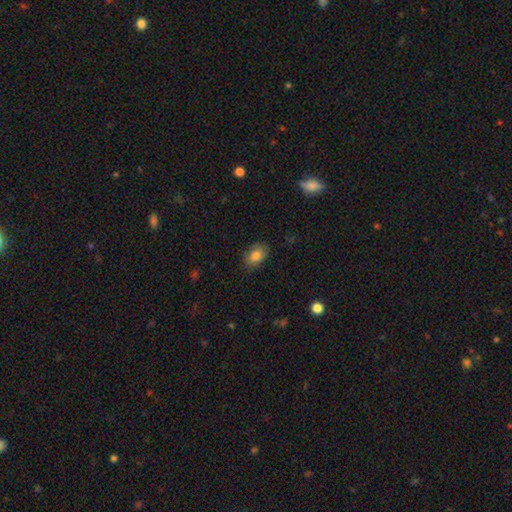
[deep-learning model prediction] Smooth or featured: smooth — 83% (featured or disk — 9%)
How rounded: in between — 85% (round — 14%)
Merging: none — 81% (minor disturbance — 15%)